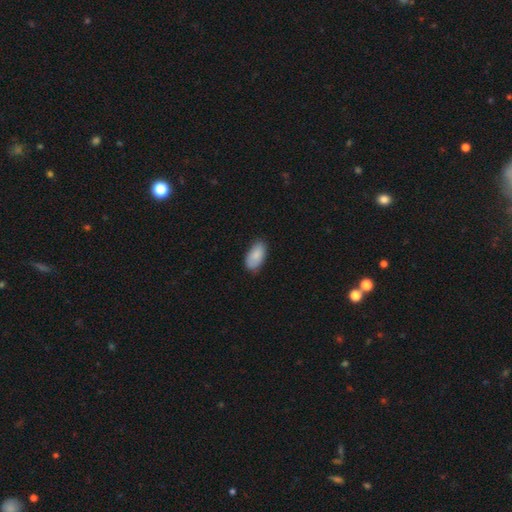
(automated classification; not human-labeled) Smooth or featured? smooth (86%)
How rounded? in between (94%)
Merging? none (76%)